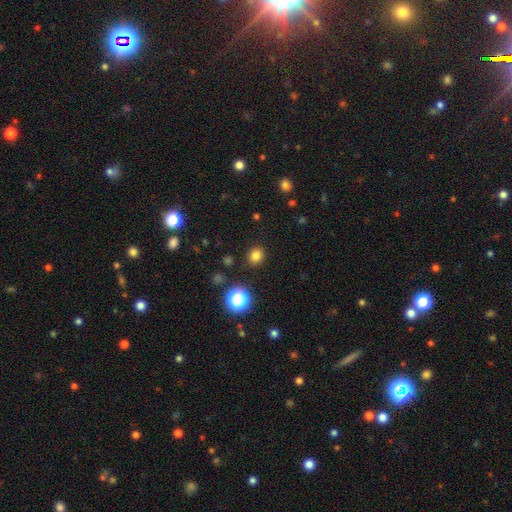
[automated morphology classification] Q: Smooth or featured?
A: smooth (79%); runner-up: star or artifact (16%)
Q: How rounded?
A: round (76%); runner-up: in between (23%)
Q: Merging?
A: none (89%); runner-up: minor disturbance (7%)